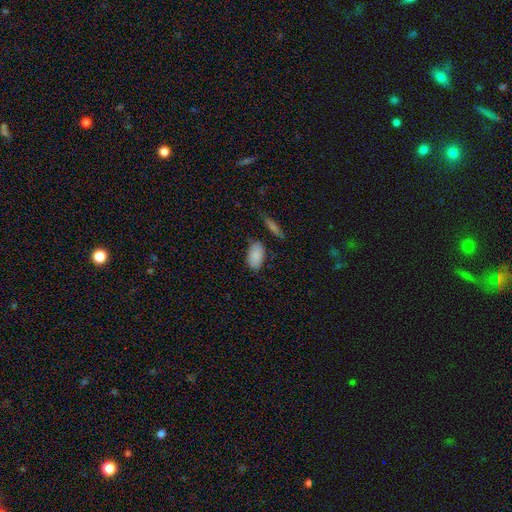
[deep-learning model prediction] Q: Smooth or featured?
A: smooth (88%); runner-up: star or artifact (7%)
Q: How rounded?
A: in between (93%); runner-up: round (4%)
Q: Merging?
A: none (74%); runner-up: minor disturbance (17%)